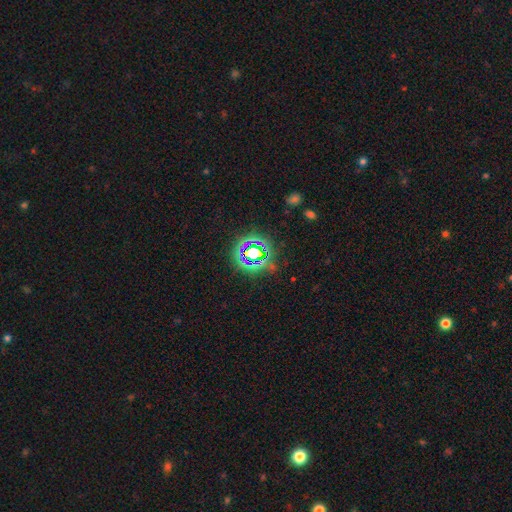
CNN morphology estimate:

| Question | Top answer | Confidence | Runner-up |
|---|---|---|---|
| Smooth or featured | star or artifact | 63% | smooth (23%) |